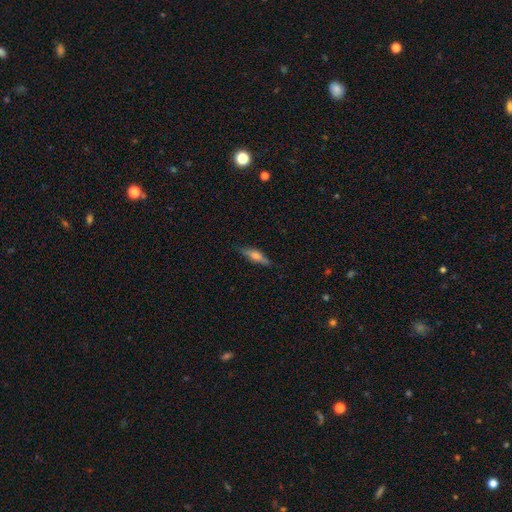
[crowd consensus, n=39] This appears to be a featured or disk galaxy (74%) viewed edge-on (100%) with a rounded central bulge (79%). Merging: none (89%).